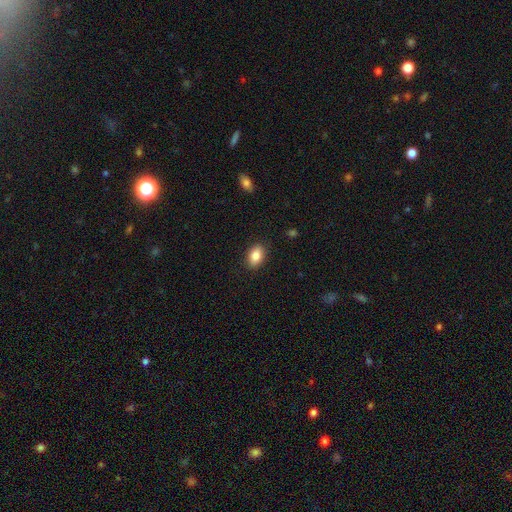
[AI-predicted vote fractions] The model was most divided on "smooth or featured": smooth: 86%, star or artifact: 7%, featured or disk: 6%. More confident: how rounded — in between (89%); merging — none (89%).